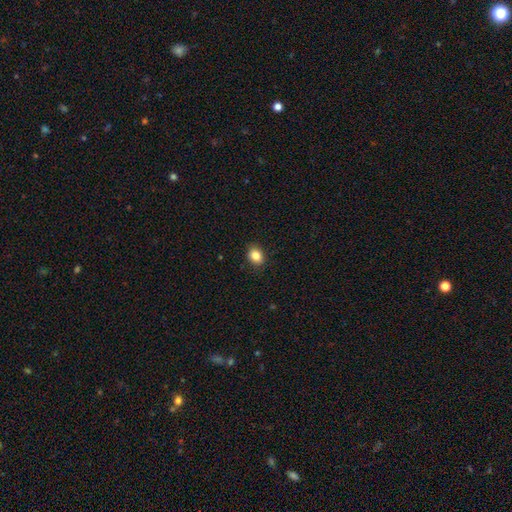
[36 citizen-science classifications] Overall: smooth (92%). How rounded: in between (55%; round 45%). Merging: none (80%).